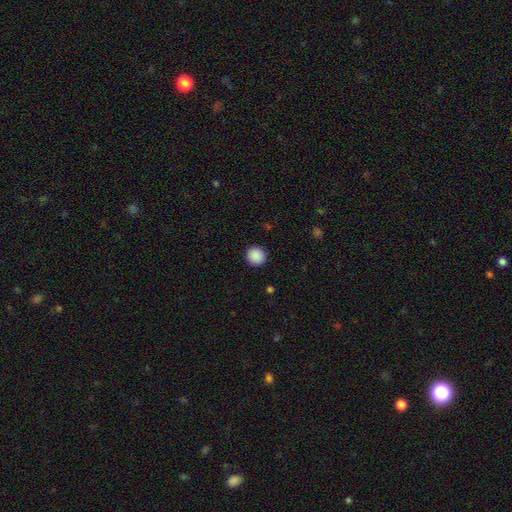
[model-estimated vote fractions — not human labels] smooth_or_featured: smooth (p=0.89) [alt: star or artifact p=0.08]
how_rounded: round (p=0.93) [alt: in between p=0.06]
merging: none (p=0.92) [alt: minor disturbance p=0.05]